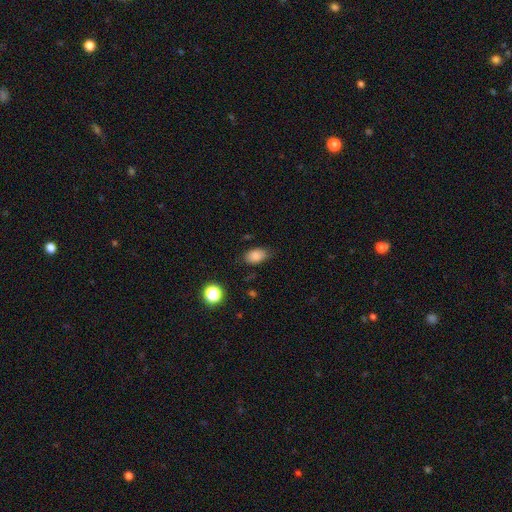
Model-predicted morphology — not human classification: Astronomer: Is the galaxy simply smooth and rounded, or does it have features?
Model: smooth — 84%.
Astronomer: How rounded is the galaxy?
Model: in between — 87%.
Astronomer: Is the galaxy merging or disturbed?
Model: none — 77%.